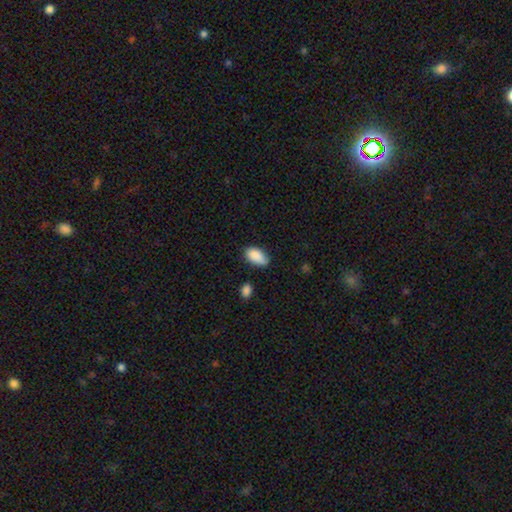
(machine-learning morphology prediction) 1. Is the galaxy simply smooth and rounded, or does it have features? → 89% smooth, 7% star or artifact, 4% featured or disk.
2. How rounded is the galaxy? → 93% in between, 5% round, 2% cigar-shaped.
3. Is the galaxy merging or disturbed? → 70% none, 23% minor disturbance, 4% major disturbance, 3% merger.